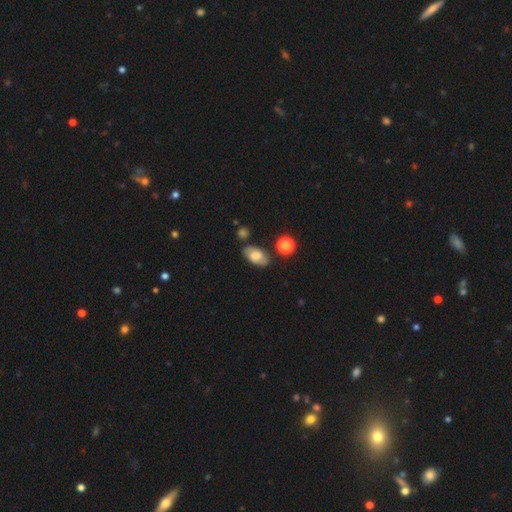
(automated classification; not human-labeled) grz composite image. It shows a smooth galaxy with no disk features (60%) that is in between round and cigar-shaped (90%). Merging: none (73%).